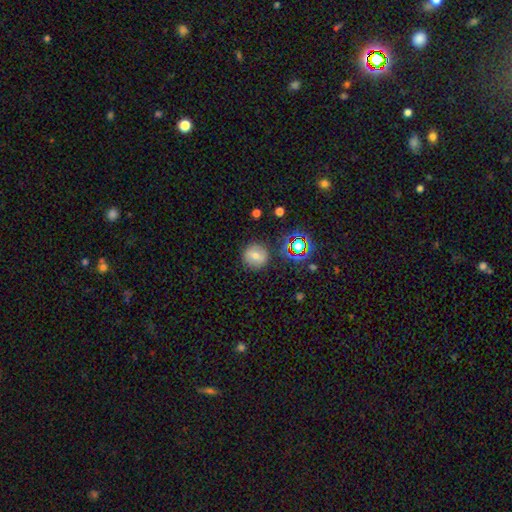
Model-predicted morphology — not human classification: A smooth galaxy with no disk features (63%) that is round (91%).

Vote fractions:
- Smooth or featured? smooth: 63% / featured or disk: 22% / star or artifact: 16%
- How rounded? round: 91% / in between: 8% / cigar-shaped: 1%
- Merging? none: 85% / minor disturbance: 9% / major disturbance: 3% / merger: 2%